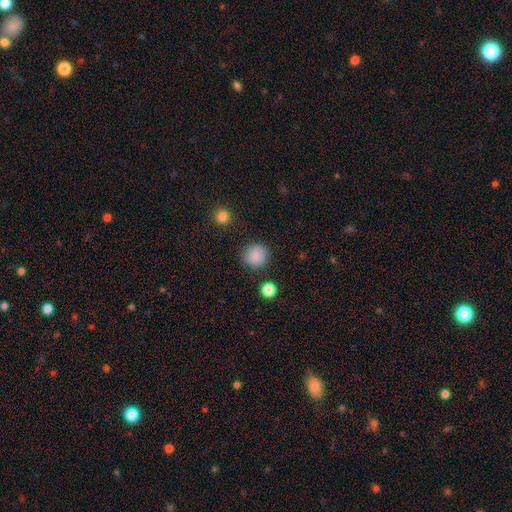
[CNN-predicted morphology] A smooth galaxy with no disk features (87%) that is round (91%).

Vote fractions:
- Smooth or featured? smooth: 87% / star or artifact: 10% / featured or disk: 3%
- How rounded? round: 91% / in between: 8% / cigar-shaped: 1%
- Merging? none: 86% / minor disturbance: 9% / major disturbance: 3% / merger: 2%